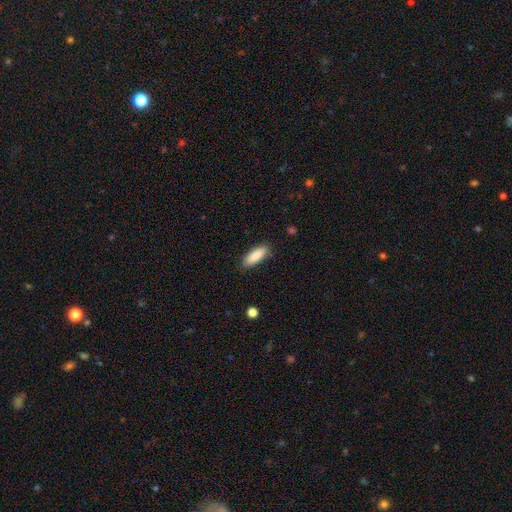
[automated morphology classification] Smooth or featured? Predicted: smooth (p=0.88). How rounded? Predicted: in between (p=0.60). Merging? Predicted: none (p=0.86).